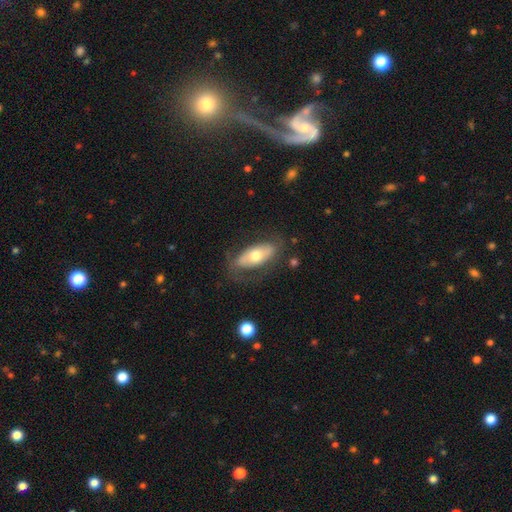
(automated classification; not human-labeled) Smooth or featured? smooth (51%)
How rounded? in between (86%)
Merging? none (70%)